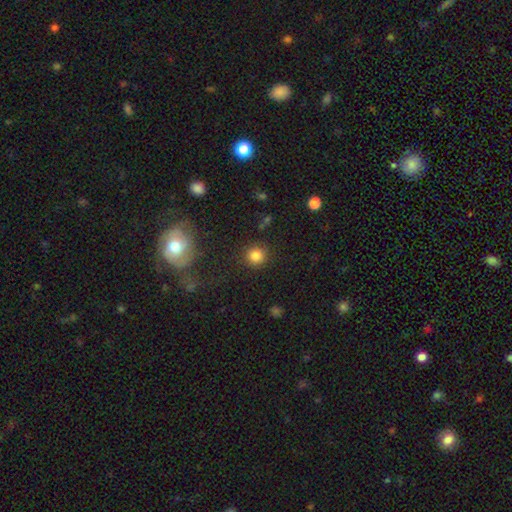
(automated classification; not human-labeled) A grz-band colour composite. It shows a smooth galaxy with no disk features (81%) that is round (93%). Merging: none (89%).